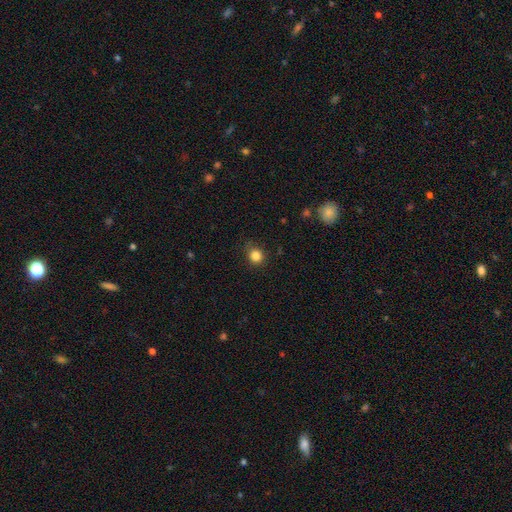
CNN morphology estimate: Smooth or featured? Predicted: smooth (p=0.84). How rounded? Predicted: round (p=0.82). Merging? Predicted: none (p=0.79).